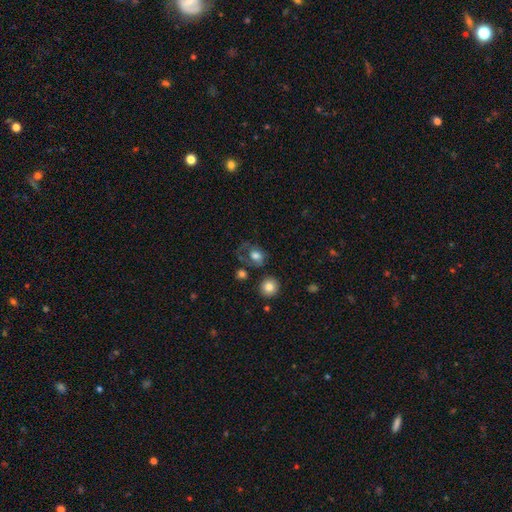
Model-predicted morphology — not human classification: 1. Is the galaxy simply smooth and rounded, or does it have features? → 67% smooth, 23% featured or disk, 11% star or artifact.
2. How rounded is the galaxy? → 50% round, 49% in between, 1% cigar-shaped.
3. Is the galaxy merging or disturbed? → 38% none, 33% major disturbance, 22% minor disturbance, 8% merger.